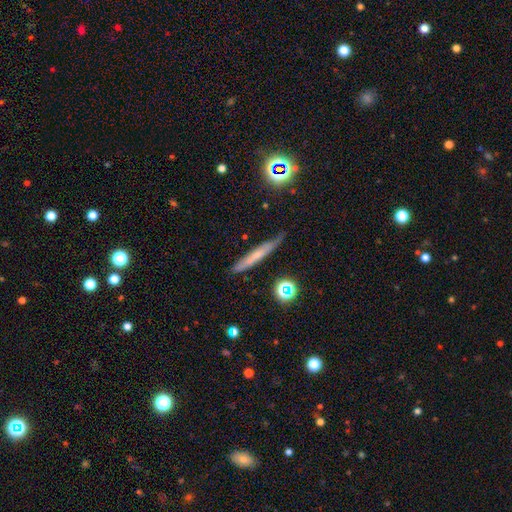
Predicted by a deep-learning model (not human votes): Smooth or featured?
  - smooth: 49% *
  - featured or disk: 39%
  - star or artifact: 12%
Merging?
  - none: 75% *
  - minor disturbance: 19%
  - major disturbance: 4%
  - merger: 2%